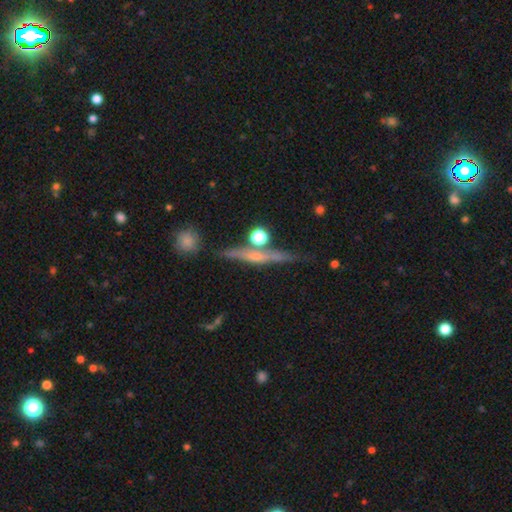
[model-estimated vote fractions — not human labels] smooth-or-featured: featured or disk: 65% | smooth: 25% | star or artifact: 9%
  disk-edge-on: yes: 95% | no: 5%
    edge-on-bulge: rounded: 55% | none: 34% | boxy: 11%
  merging: none: 77% | minor disturbance: 12% | merger: 7% | major disturbance: 3%